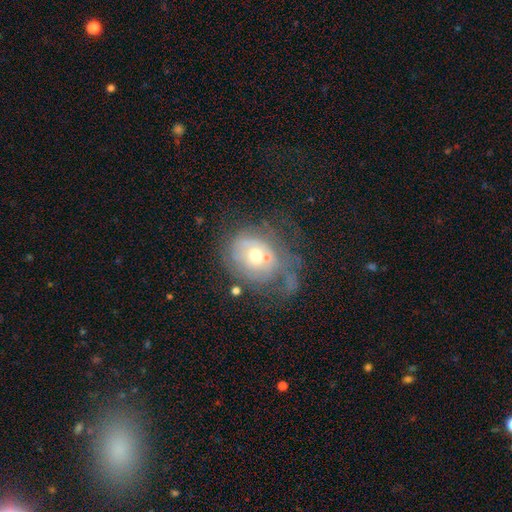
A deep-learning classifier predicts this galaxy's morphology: Smooth or featured? Predicted: featured or disk (p=0.55). Edge-on disk? Predicted: no (p=0.96). Bar? Predicted: no (p=0.83). Spiral arms? Predicted: no (p=0.54). Bulge size? Predicted: moderate (p=0.65). Merging? Predicted: major disturbance (p=0.37).